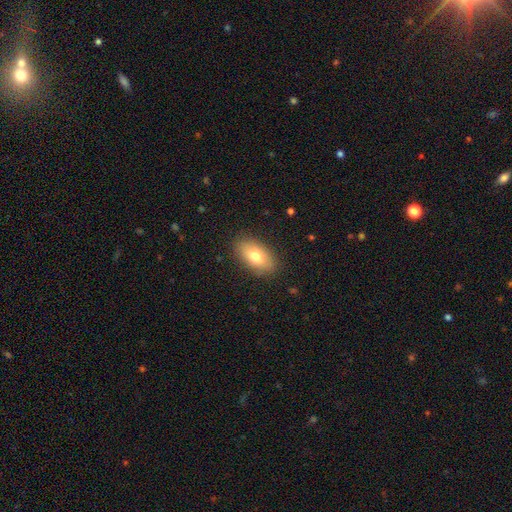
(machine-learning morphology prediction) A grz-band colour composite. It shows a smooth galaxy with no disk features (75%) that is in between round and cigar-shaped (91%). Merging: none (86%).